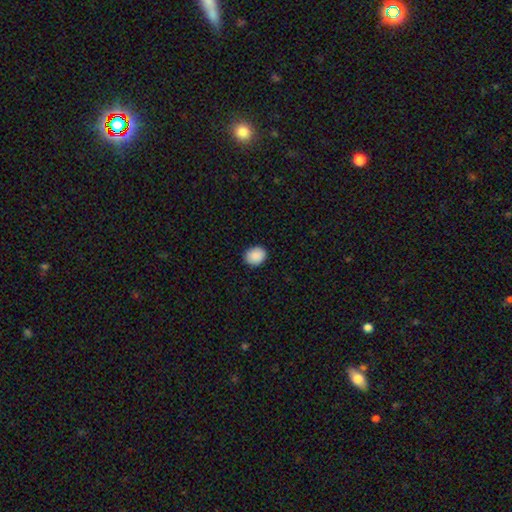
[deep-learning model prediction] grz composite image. It shows a smooth galaxy with no disk features (90%) that is round (56%). Merging: none (89%).